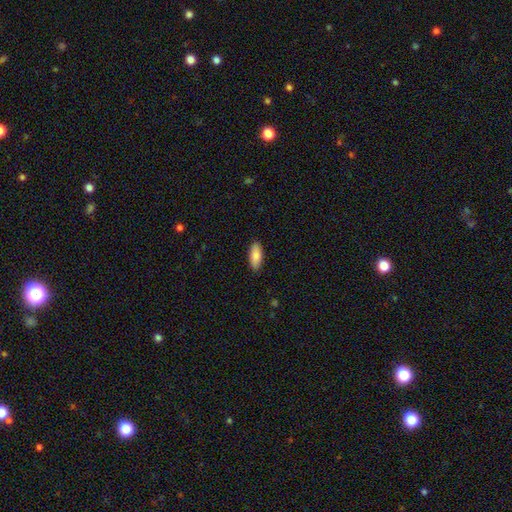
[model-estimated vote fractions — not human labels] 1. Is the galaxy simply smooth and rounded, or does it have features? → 88% smooth, 6% featured or disk, 6% star or artifact.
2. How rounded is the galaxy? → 84% in between, 15% cigar-shaped, 2% round.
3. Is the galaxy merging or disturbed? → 89% none, 8% minor disturbance, 2% major disturbance, 1% merger.